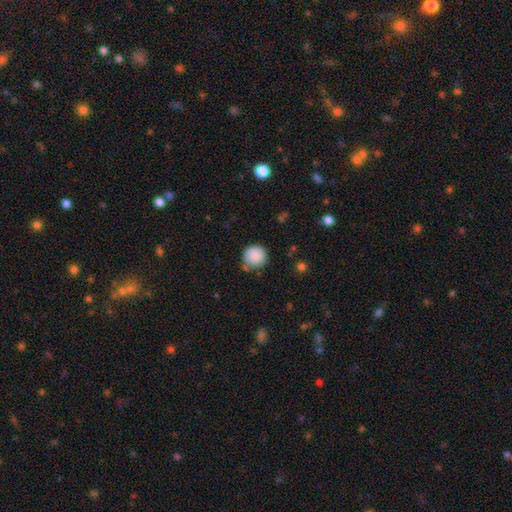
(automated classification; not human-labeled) The model was most divided on "merging": none: 77%, minor disturbance: 16%, merger: 4%, major disturbance: 4%. More confident: how rounded — round (94%); smooth or featured — smooth (87%).